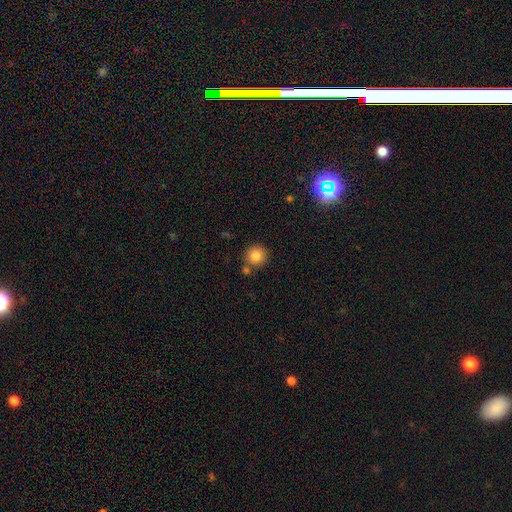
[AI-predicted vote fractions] smooth-or-featured: smooth: 82% | star or artifact: 10% | featured or disk: 7%
  how-rounded: round: 94% | in between: 5% | cigar-shaped: 1%
  merging: none: 79% | merger: 11% | minor disturbance: 8% | major disturbance: 2%